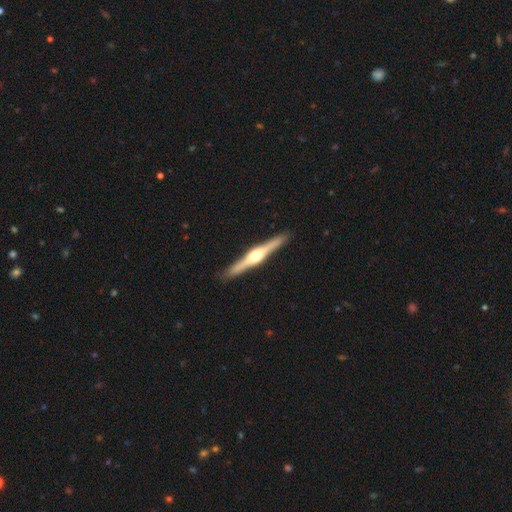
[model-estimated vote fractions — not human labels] Morphology: type=featured or disk (81%); edge-on=yes (98%); edge-on bulge=rounded (94%); merging=none (92%).